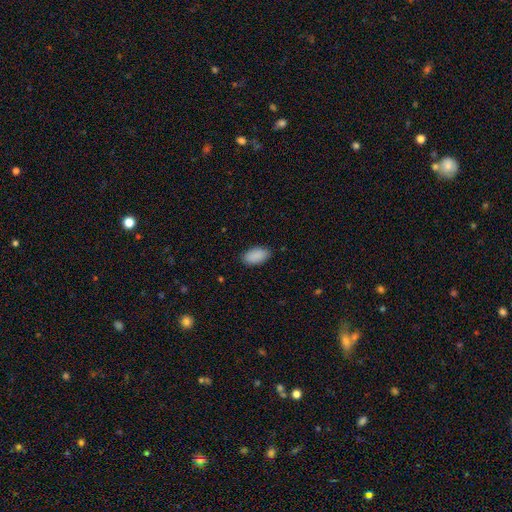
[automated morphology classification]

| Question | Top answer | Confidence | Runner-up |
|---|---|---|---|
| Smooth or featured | smooth | 91% | star or artifact (6%) |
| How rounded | in between | 95% | round (3%) |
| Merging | none | 87% | minor disturbance (10%) |